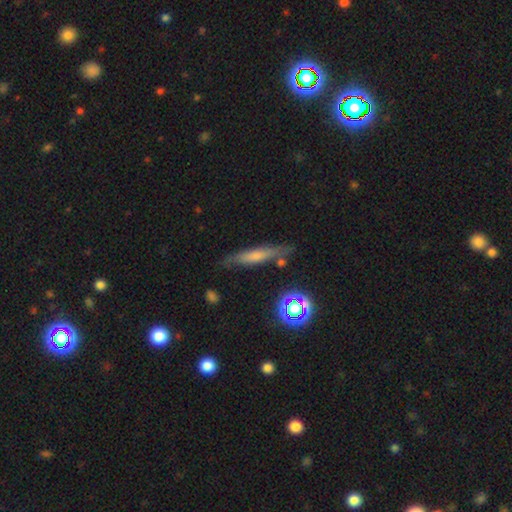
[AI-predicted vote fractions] Smooth or featured? Predicted: smooth (p=0.51). How rounded? Predicted: cigar-shaped (p=0.81). Merging? Predicted: none (p=0.75).